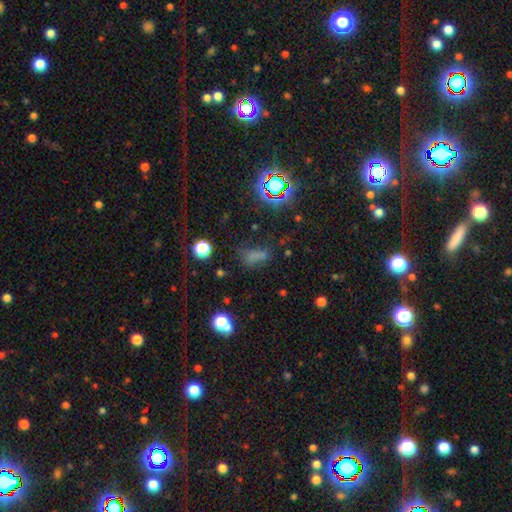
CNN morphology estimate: Overall: smooth (56%; star or artifact 31%). How rounded: in between (63%). Merging: none (50%; minor disturbance 23%).